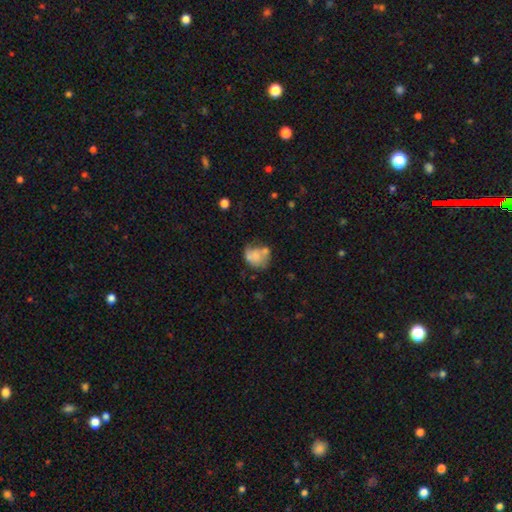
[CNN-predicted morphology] Smooth or featured?
  - smooth: 55% *
  - featured or disk: 36%
  - star or artifact: 9%
How rounded?
  - round: 56% *
  - in between: 43%
  - cigar-shaped: 1%
Merging?
  - none: 34% *
  - minor disturbance: 24%
  - merger: 23%
  - major disturbance: 18%